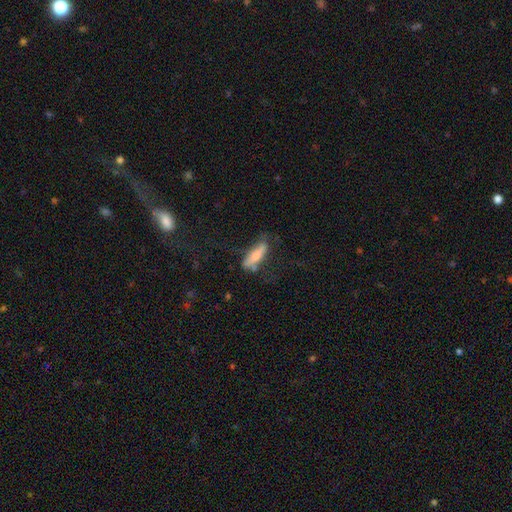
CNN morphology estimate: The model was most divided on "merging": none: 50%, minor disturbance: 26%, major disturbance: 19%, merger: 4%. More confident: smooth or featured — smooth (64%); how rounded — cigar-shaped (61%).